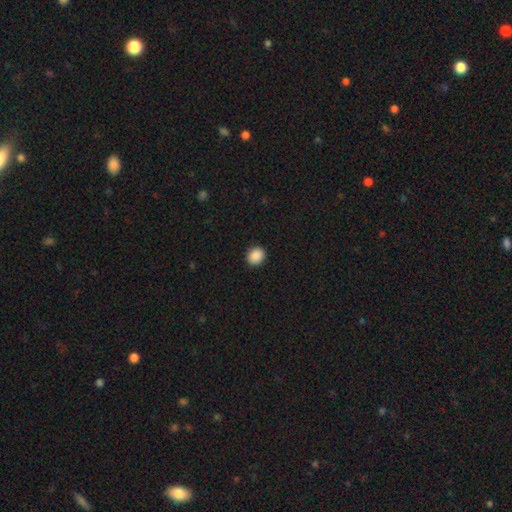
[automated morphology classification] Smooth or featured?
  - smooth: 89% *
  - star or artifact: 8%
  - featured or disk: 2%
How rounded?
  - round: 70% *
  - in between: 30%
  - cigar-shaped: 1%
Merging?
  - none: 91% *
  - minor disturbance: 6%
  - major disturbance: 2%
  - merger: 1%